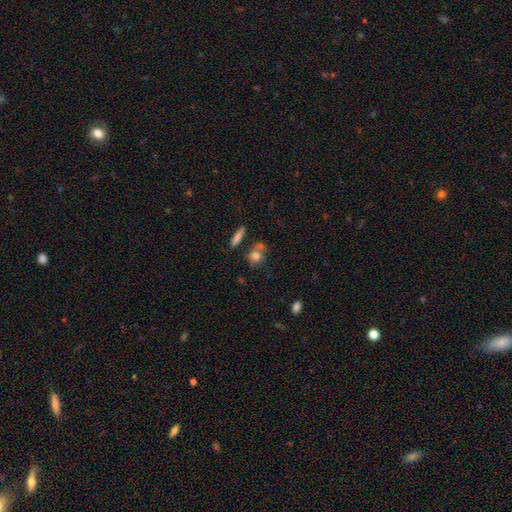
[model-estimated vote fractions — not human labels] A smooth galaxy with no disk features (76%) that is round (64%). Merging: none (53%).